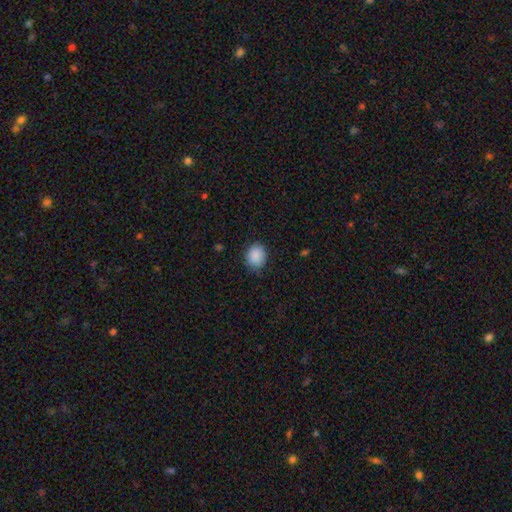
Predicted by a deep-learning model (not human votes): Smooth or featured? Predicted: smooth (p=0.88). How rounded? Predicted: round (p=0.70). Merging? Predicted: none (p=0.80).